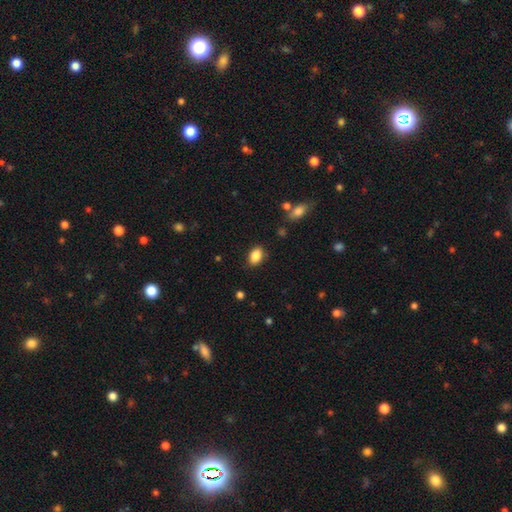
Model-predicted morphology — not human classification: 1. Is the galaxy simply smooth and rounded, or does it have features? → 87% smooth, 8% star or artifact, 5% featured or disk.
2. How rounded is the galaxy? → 82% in between, 16% round, 1% cigar-shaped.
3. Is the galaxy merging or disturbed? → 85% none, 11% minor disturbance, 3% major disturbance, 1% merger.